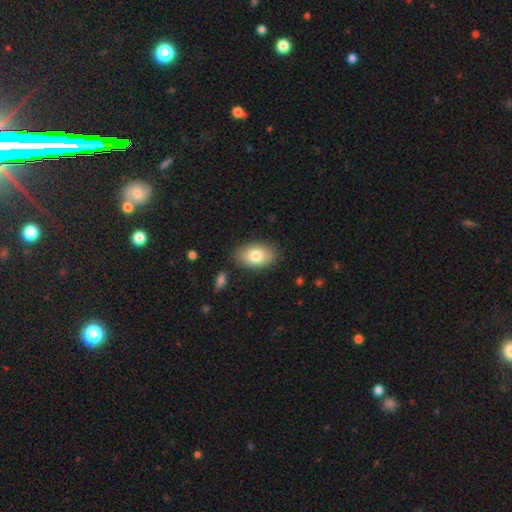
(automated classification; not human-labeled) Smooth or featured: smooth — 80% (featured or disk — 13%)
How rounded: in between — 91% (round — 7%)
Merging: none — 85% (minor disturbance — 11%)